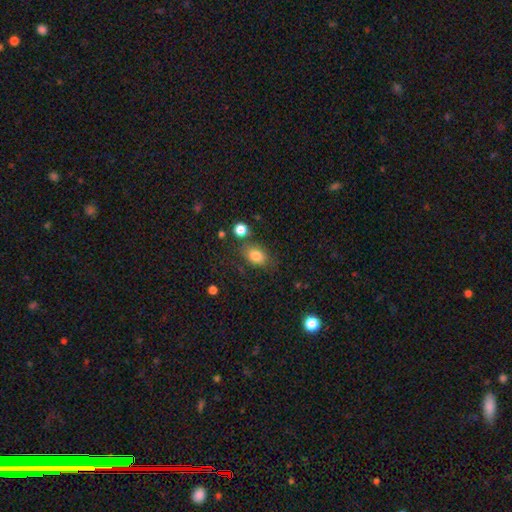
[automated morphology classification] This appears to be a smooth galaxy with no disk features (82%) that is in between round and cigar-shaped (80%). Merging: none (72%).